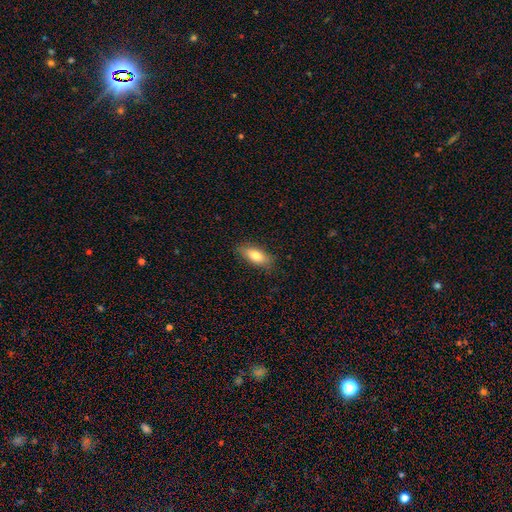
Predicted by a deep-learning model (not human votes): Smooth or featured? Predicted: smooth (p=0.78). How rounded? Predicted: in between (p=0.78). Merging? Predicted: none (p=0.86).